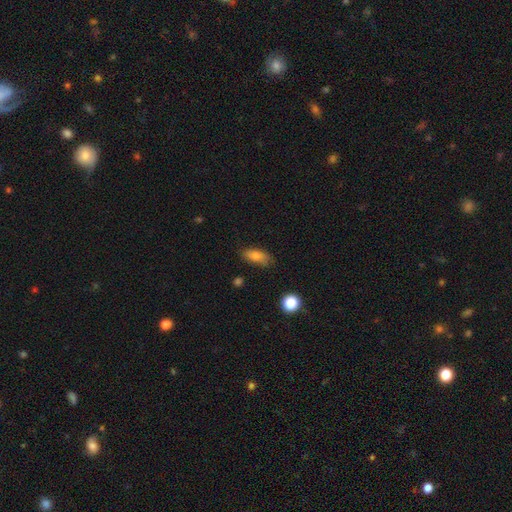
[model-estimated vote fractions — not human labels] Smooth or featured?
  - smooth: 79% *
  - featured or disk: 13%
  - star or artifact: 9%
How rounded?
  - in between: 80% *
  - cigar-shaped: 15%
  - round: 5%
Merging?
  - none: 74% *
  - minor disturbance: 20%
  - major disturbance: 4%
  - merger: 2%